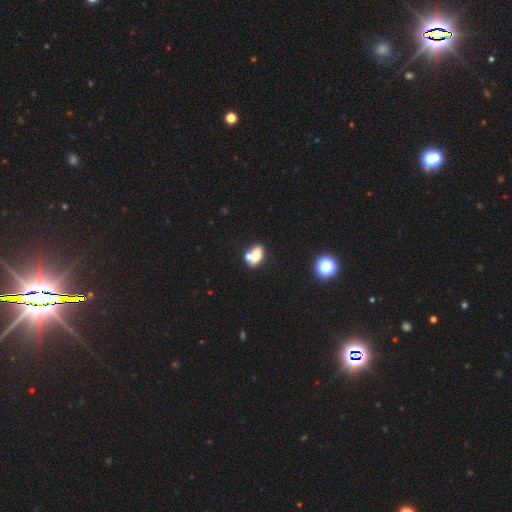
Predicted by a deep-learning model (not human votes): The model was most divided on "merging": merger: 47%, none: 37%, minor disturbance: 11%, major disturbance: 5%. More confident: how rounded — in between (80%); smooth or featured — smooth (67%).